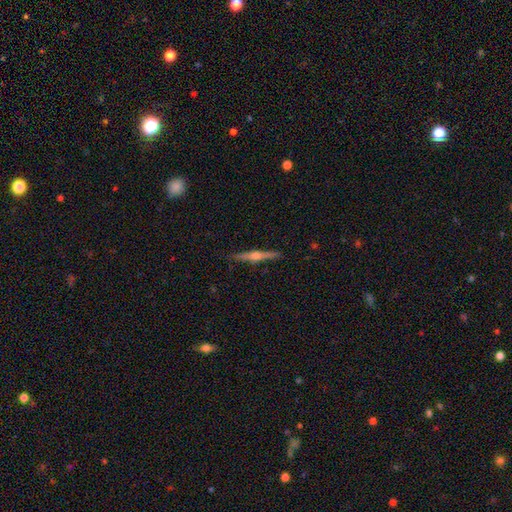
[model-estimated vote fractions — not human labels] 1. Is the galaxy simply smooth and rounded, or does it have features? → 74% featured or disk, 20% smooth, 6% star or artifact.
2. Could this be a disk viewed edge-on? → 98% yes, 2% no.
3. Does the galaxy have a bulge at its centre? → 87% rounded, 8% boxy, 5% none.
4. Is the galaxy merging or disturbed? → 90% none, 7% minor disturbance, 1% major disturbance, 1% merger.